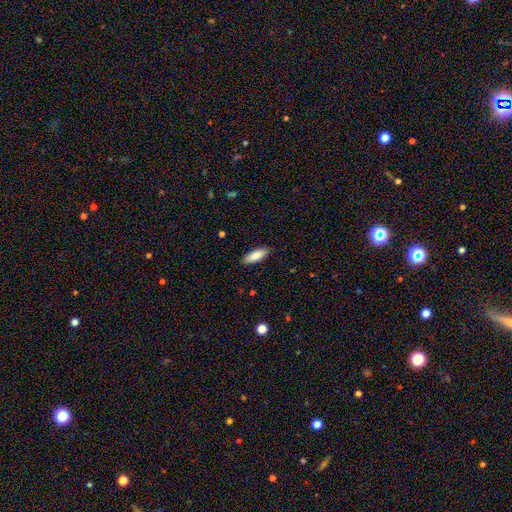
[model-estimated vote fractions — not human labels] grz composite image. It shows a smooth galaxy with no disk features (84%) that is in between round and cigar-shaped (64%). Merging: none (88%).